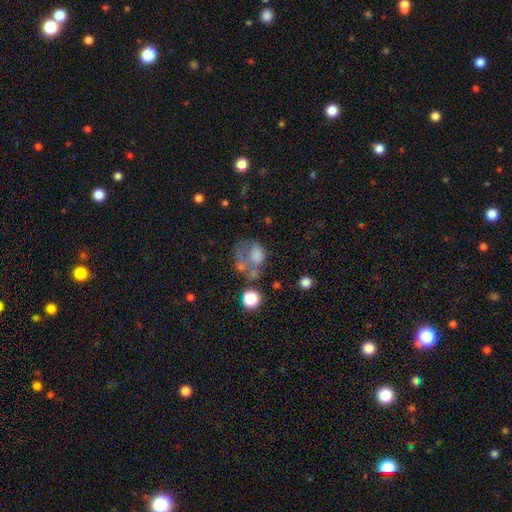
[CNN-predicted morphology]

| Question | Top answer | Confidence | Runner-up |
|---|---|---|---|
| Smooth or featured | smooth | 56% | featured or disk (28%) |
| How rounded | in between | 56% | round (43%) |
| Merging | major disturbance | 33% | merger (26%) |